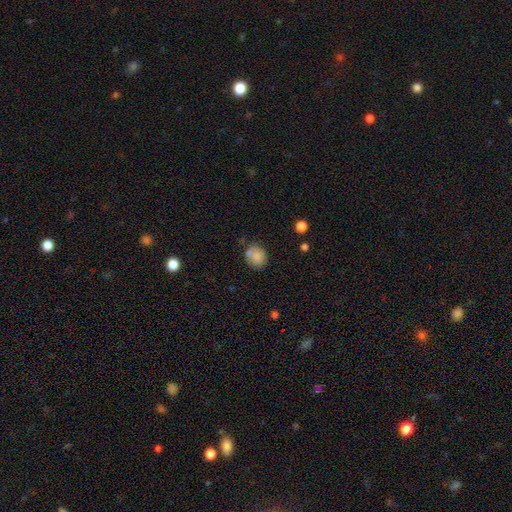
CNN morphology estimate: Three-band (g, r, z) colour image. It shows a smooth galaxy with no disk features (82%) that is round (68%). Merging: none (62%).